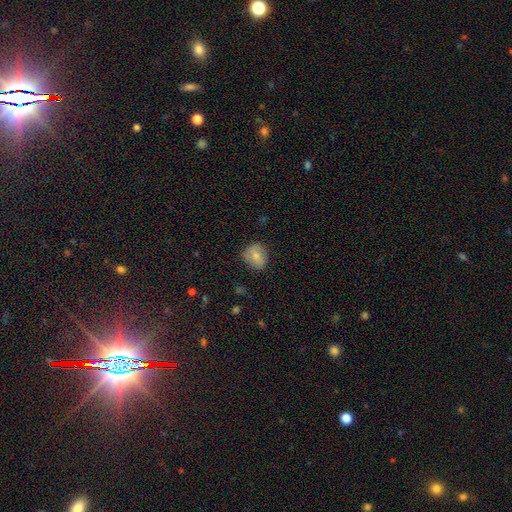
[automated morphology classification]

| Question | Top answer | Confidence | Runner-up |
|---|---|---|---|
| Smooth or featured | smooth | 75% | featured or disk (17%) |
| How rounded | round | 63% | in between (36%) |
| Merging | none | 72% | minor disturbance (21%) |